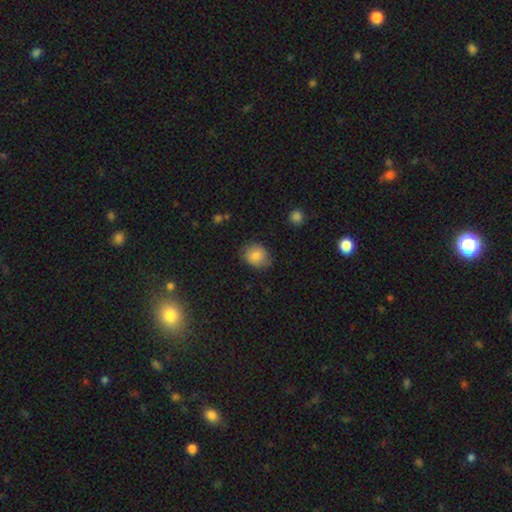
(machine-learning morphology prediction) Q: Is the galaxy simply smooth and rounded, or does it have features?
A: smooth — 83%.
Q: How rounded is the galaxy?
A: in between — 52%.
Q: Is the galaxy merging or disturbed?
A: none — 77%.